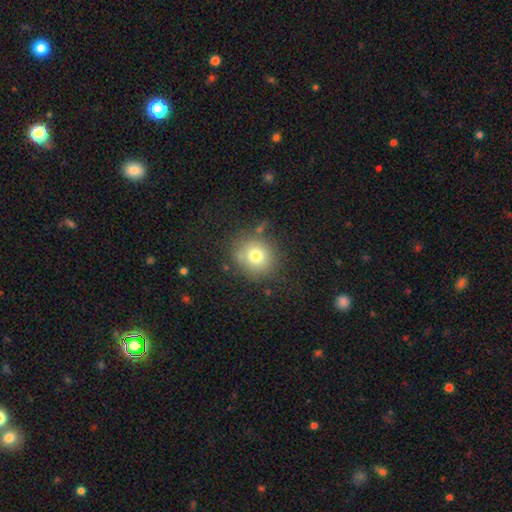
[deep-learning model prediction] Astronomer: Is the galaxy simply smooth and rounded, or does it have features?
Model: smooth — 75%.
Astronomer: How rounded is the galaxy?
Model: round — 85%.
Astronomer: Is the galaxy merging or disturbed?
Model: none — 77%.